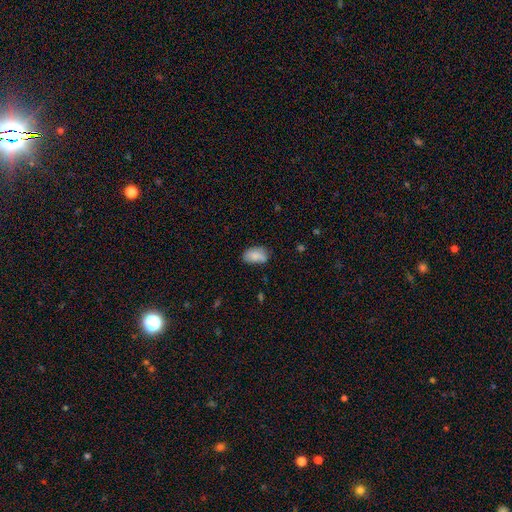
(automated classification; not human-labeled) Smooth or featured? smooth (80%)
How rounded? in between (90%)
Merging? none (58%)